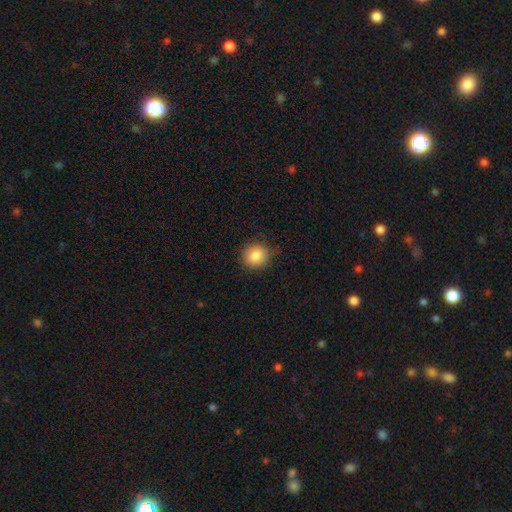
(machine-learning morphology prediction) Smooth or featured?
  - smooth: 86% *
  - star or artifact: 9%
  - featured or disk: 5%
How rounded?
  - round: 85% *
  - in between: 14%
  - cigar-shaped: 1%
Merging?
  - none: 83% *
  - minor disturbance: 13%
  - major disturbance: 3%
  - merger: 1%